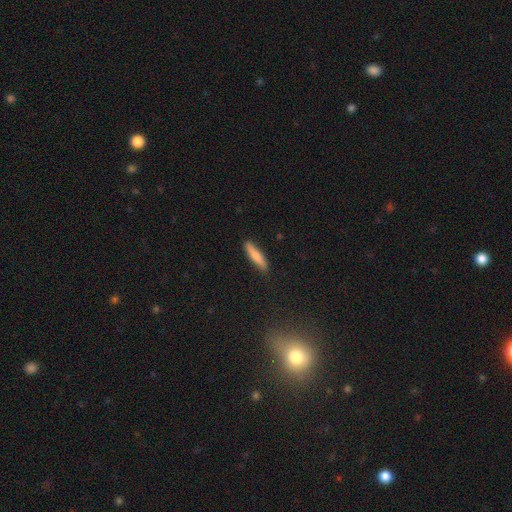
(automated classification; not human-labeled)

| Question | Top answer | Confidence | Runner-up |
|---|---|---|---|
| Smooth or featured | smooth | 76% | featured or disk (18%) |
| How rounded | cigar-shaped | 84% | in between (15%) |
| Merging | none | 89% | minor disturbance (9%) |